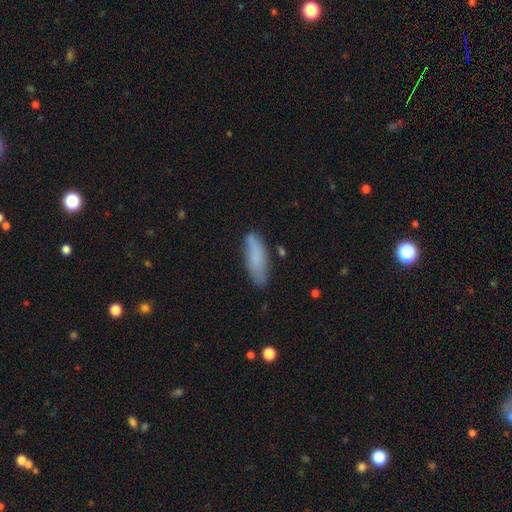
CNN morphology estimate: smooth 79%, featured or disk 14%, star or artifact 7%. Down the decision tree: how rounded — cigar-shaped (58%); merging — none (75%).